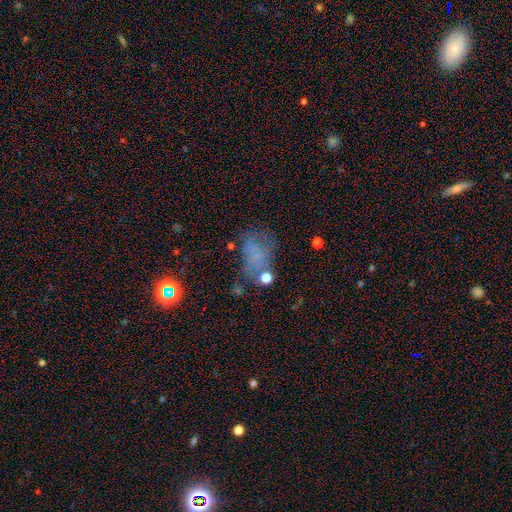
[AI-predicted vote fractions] Smooth or featured?
  - smooth: 47% *
  - star or artifact: 28%
  - featured or disk: 26%
Merging?
  - none: 41% *
  - major disturbance: 26%
  - minor disturbance: 25%
  - merger: 8%